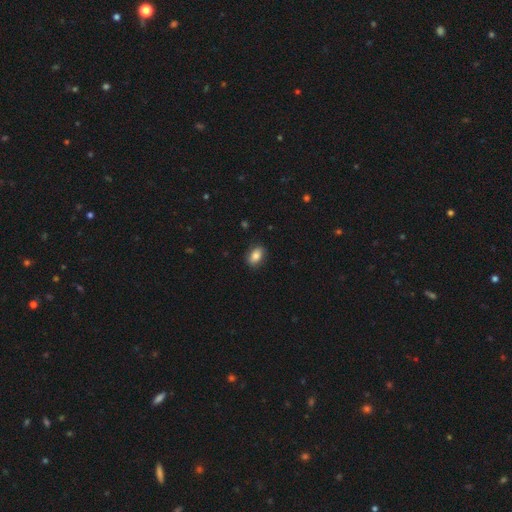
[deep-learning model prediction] Smooth or featured? smooth (85%)
How rounded? in between (86%)
Merging? none (87%)